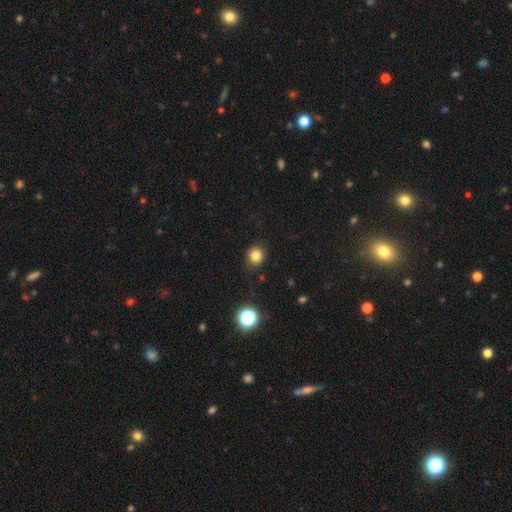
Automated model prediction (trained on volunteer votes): Overall: smooth (81%). How rounded: round (77%). Merging: none (83%).